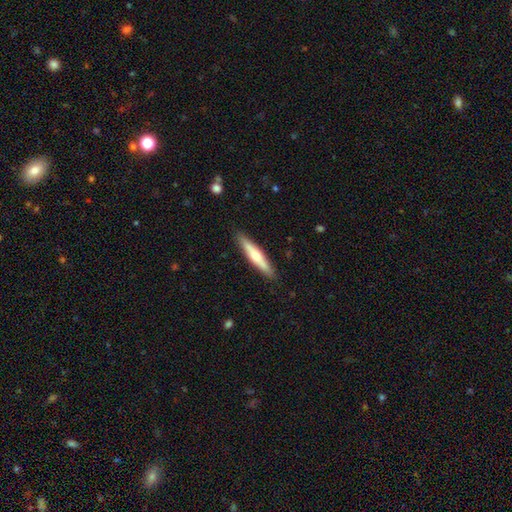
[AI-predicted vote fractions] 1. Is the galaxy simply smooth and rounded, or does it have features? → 50% smooth, 45% featured or disk, 5% star or artifact.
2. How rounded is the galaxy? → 89% cigar-shaped, 10% in between, 1% round.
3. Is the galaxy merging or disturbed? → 89% none, 8% minor disturbance, 2% major disturbance, 1% merger.